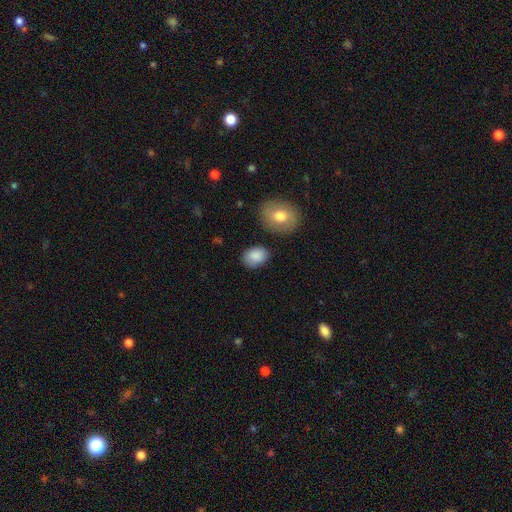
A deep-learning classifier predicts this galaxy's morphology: Smooth or featured? Predicted: smooth (p=0.88). How rounded? Predicted: in between (p=0.76). Merging? Predicted: none (p=0.81).